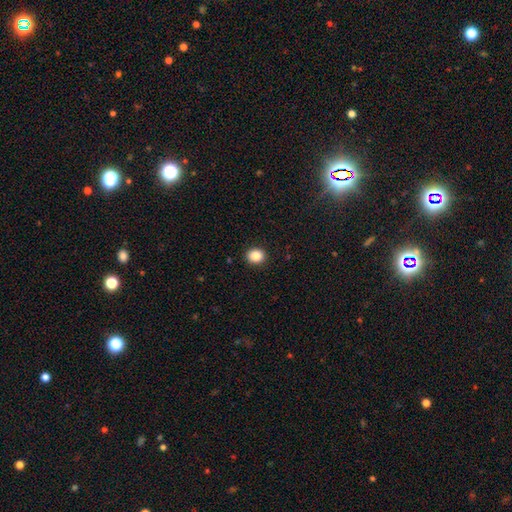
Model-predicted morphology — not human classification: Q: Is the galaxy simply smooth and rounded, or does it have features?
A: smooth — 87%.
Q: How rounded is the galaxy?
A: round — 73%.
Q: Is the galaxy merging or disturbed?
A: none — 92%.